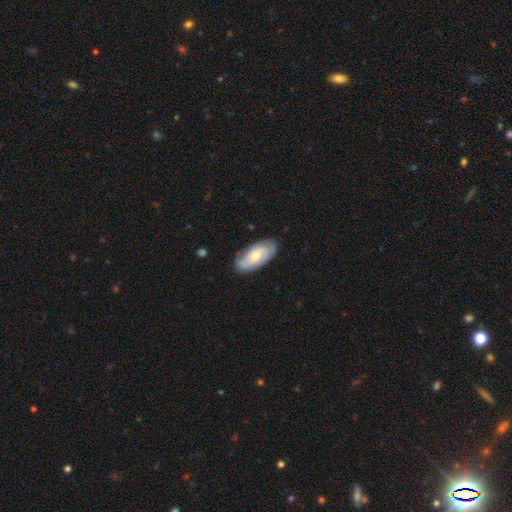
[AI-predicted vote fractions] Smooth or featured? Predicted: featured or disk (p=0.56). Edge-on disk? Predicted: no (p=0.91). Bar? Predicted: no (p=0.68). Spiral arms? Predicted: yes (p=0.81). Bulge size? Predicted: moderate (p=0.53). Merging? Predicted: none (p=0.79).